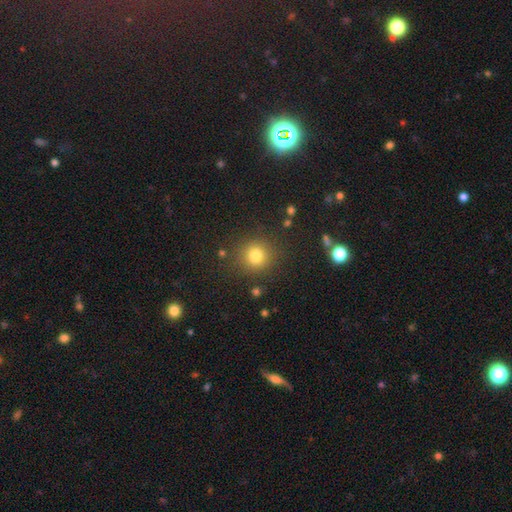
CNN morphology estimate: Q: Smooth or featured?
A: smooth (79%); runner-up: star or artifact (14%)
Q: How rounded?
A: round (92%); runner-up: in between (7%)
Q: Merging?
A: none (87%); runner-up: minor disturbance (8%)